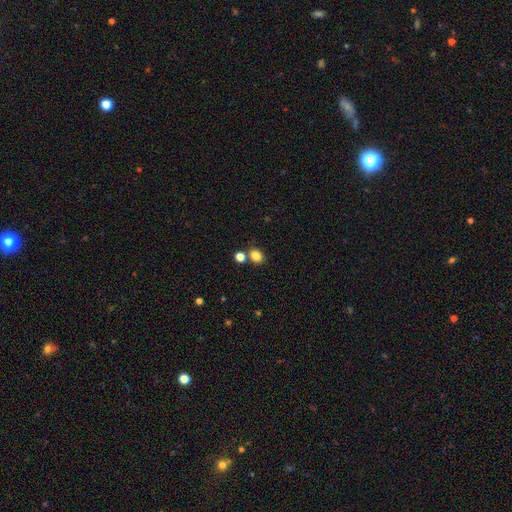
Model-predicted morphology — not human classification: Smooth or featured?
  - smooth: 83% *
  - star or artifact: 12%
  - featured or disk: 5%
How rounded?
  - in between: 58% *
  - round: 41%
  - cigar-shaped: 1%
Merging?
  - none: 71% *
  - merger: 15%
  - minor disturbance: 11%
  - major disturbance: 3%